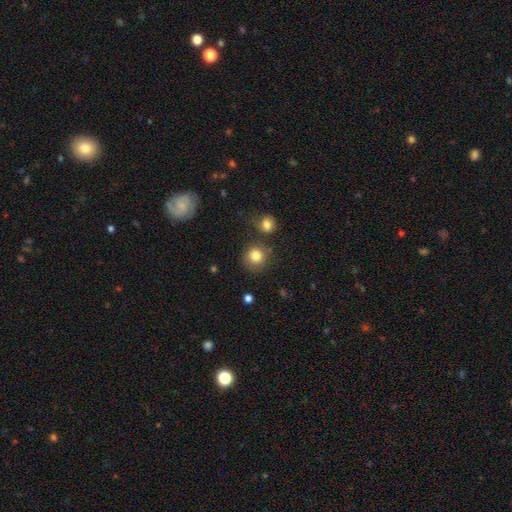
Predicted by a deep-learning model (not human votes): Smooth or featured?
  - smooth: 82% *
  - star or artifact: 11%
  - featured or disk: 7%
How rounded?
  - round: 89% *
  - in between: 10%
  - cigar-shaped: 1%
Merging?
  - none: 76% *
  - minor disturbance: 12%
  - merger: 8%
  - major disturbance: 4%